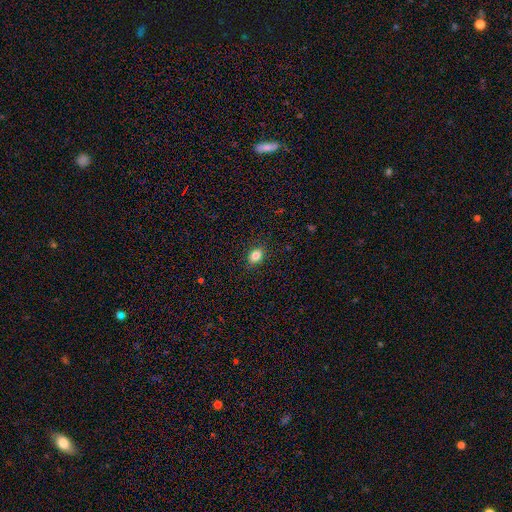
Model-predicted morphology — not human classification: Smooth or featured?
  - smooth: 84% *
  - star or artifact: 10%
  - featured or disk: 6%
How rounded?
  - in between: 73% *
  - round: 26%
  - cigar-shaped: 2%
Merging?
  - none: 88% *
  - minor disturbance: 9%
  - major disturbance: 2%
  - merger: 1%